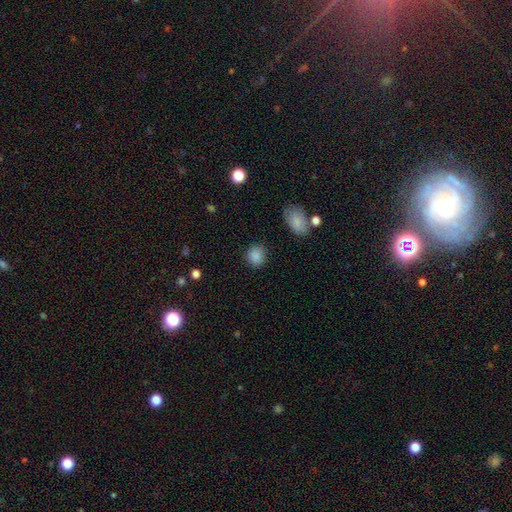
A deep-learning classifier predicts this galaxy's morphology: A smooth galaxy with no disk features (87%) that is round (80%).

Vote fractions:
- Smooth or featured? smooth: 87% / star or artifact: 9% / featured or disk: 4%
- How rounded? round: 80% / in between: 19% / cigar-shaped: 1%
- Merging? none: 87% / minor disturbance: 8% / major disturbance: 3% / merger: 2%